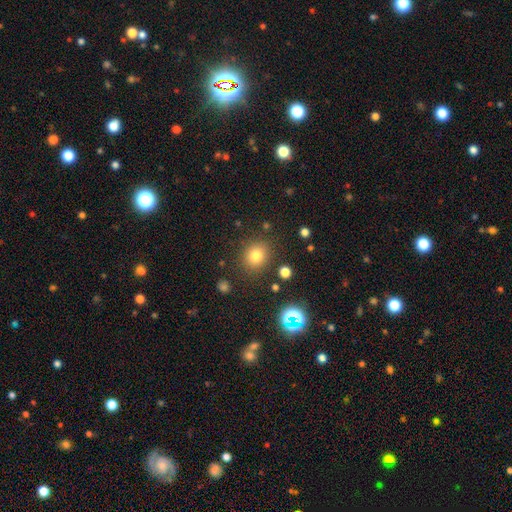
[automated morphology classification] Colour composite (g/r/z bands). It shows a smooth galaxy with no disk features (78%) that is round (74%). Merging: none (84%).